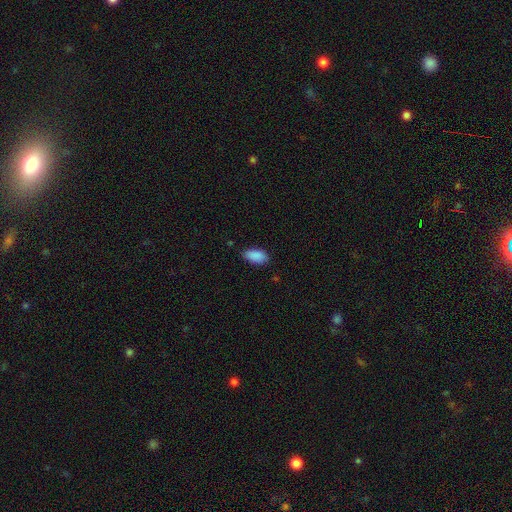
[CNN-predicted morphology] Q: Smooth or featured?
A: smooth (89%); runner-up: star or artifact (7%)
Q: How rounded?
A: in between (93%); runner-up: cigar-shaped (4%)
Q: Merging?
A: none (80%); runner-up: minor disturbance (16%)